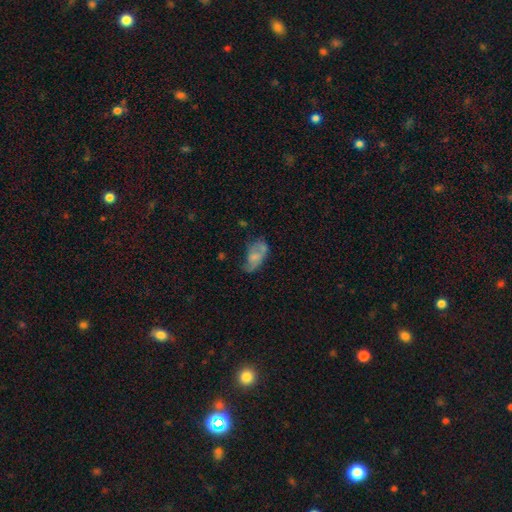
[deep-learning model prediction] Smooth or featured? smooth (51%)
How rounded? in between (90%)
Merging? none (35%)